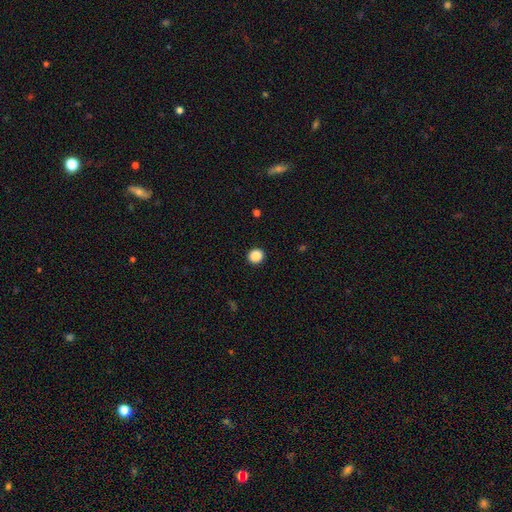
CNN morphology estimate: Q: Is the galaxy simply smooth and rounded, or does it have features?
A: smooth — 88%.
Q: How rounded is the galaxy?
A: round — 90%.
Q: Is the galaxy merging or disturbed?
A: none — 93%.